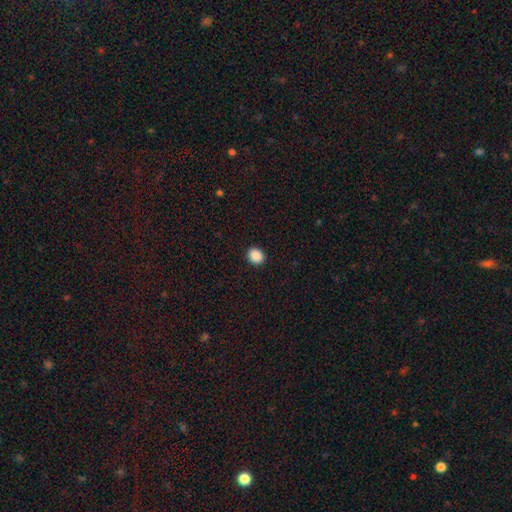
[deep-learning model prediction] Overall: smooth (89%). How rounded: round (66%; in between 33%). Merging: none (91%).